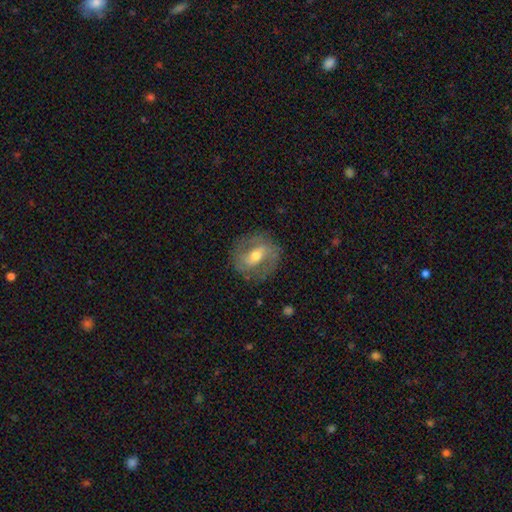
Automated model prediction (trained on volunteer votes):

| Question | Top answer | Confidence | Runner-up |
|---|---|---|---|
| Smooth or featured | featured or disk | 70% | smooth (24%) |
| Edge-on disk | no | 94% | yes (6%) |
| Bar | weak | 41% | strong (38%) |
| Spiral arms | yes | 73% | no (27%) |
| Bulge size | moderate | 64% | small (30%) |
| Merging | none | 79% | minor disturbance (13%) |